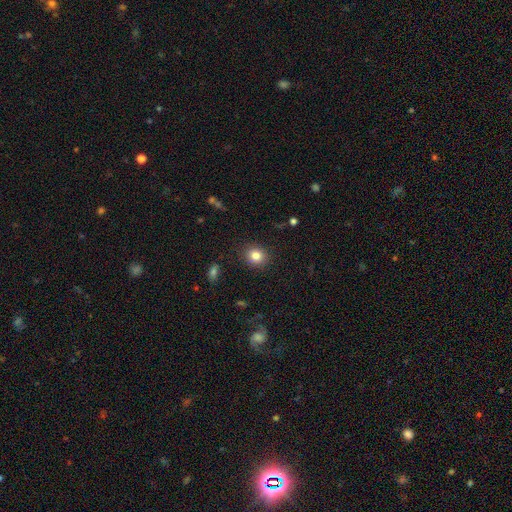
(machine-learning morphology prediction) type=smooth (82%); roundness=round (76%); merging=none (89%).